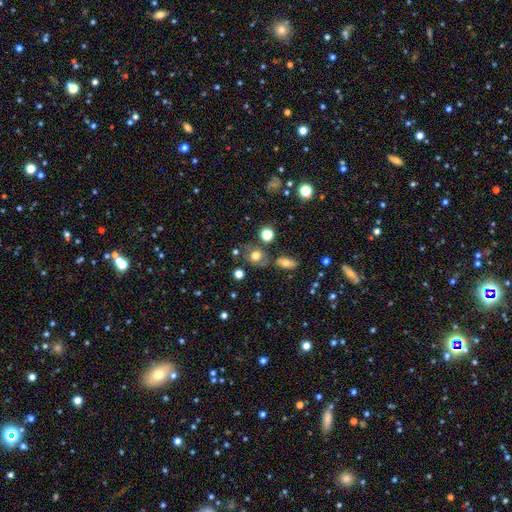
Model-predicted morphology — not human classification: Smooth or featured? smooth (68%)
How rounded? round (66%)
Merging? none (68%)